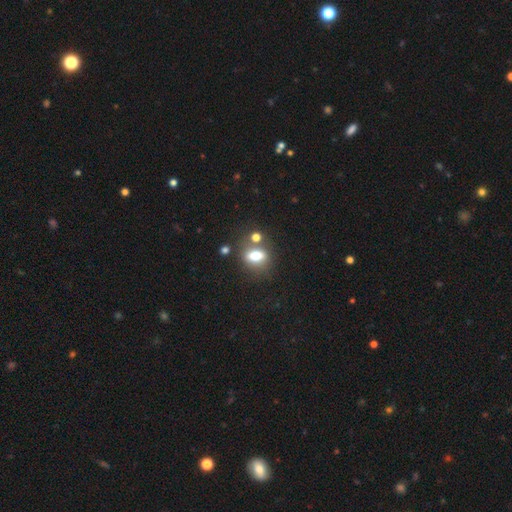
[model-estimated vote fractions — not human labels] Morphology: type=smooth (70%); roundness=in between (70%); merging=none (63%).